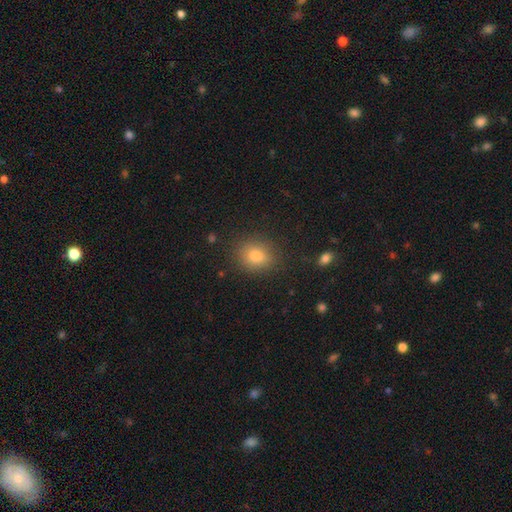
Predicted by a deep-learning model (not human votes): smooth_or_featured: smooth (p=0.80) [alt: star or artifact p=0.12]
how_rounded: round (p=0.60) [alt: in between p=0.38]
merging: none (p=0.86) [alt: minor disturbance p=0.10]